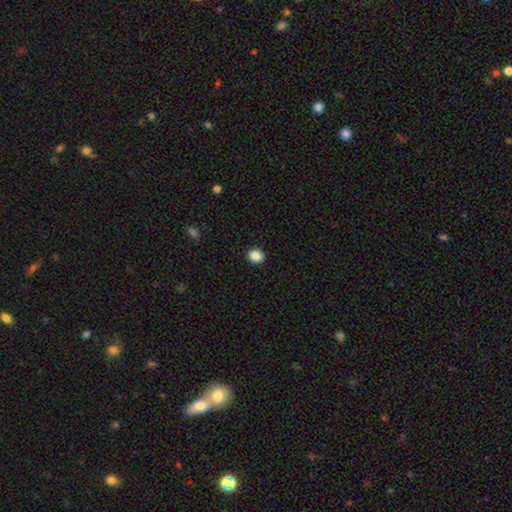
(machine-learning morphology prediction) This appears to be a smooth galaxy with no disk features (87%) that is round (83%). Merging: none (93%).